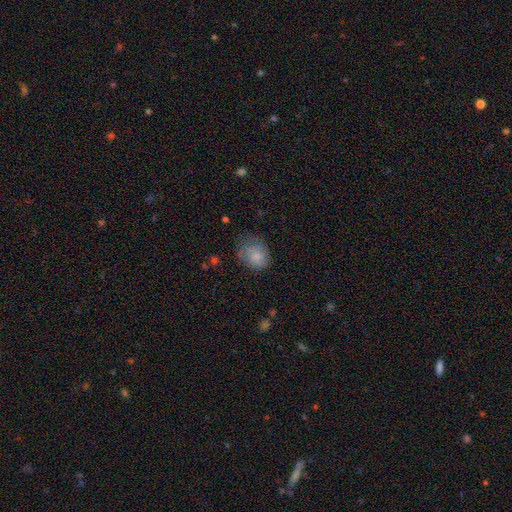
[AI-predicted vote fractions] This appears to be a smooth galaxy with no disk features (80%) that is in between round and cigar-shaped (50%). Merging: none (51%).